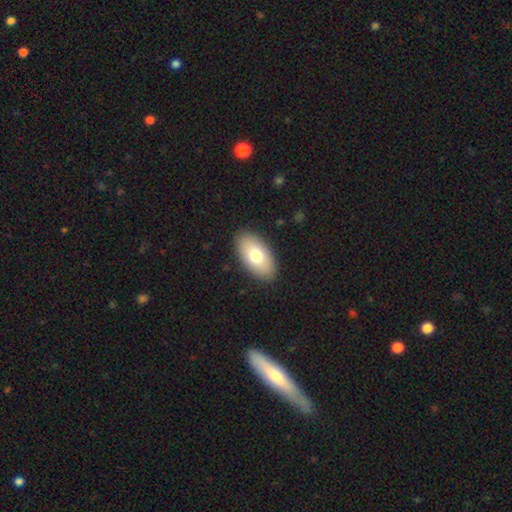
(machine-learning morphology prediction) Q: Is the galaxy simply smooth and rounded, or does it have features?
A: smooth — 75%.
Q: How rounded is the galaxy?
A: in between — 94%.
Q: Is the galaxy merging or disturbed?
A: none — 89%.